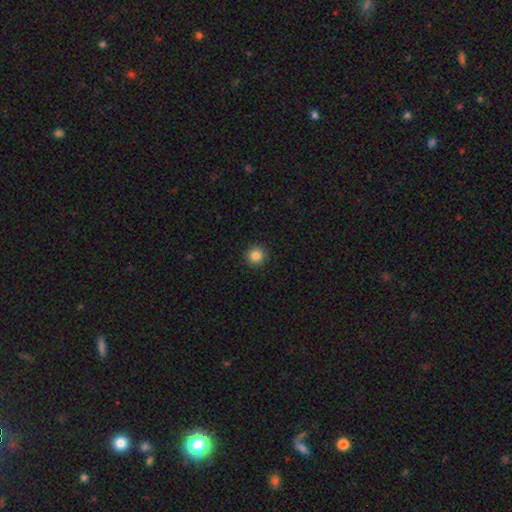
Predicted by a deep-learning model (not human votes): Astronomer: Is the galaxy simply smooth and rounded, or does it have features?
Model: smooth — 84%.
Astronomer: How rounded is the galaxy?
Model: round — 95%.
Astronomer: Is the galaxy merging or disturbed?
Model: none — 93%.